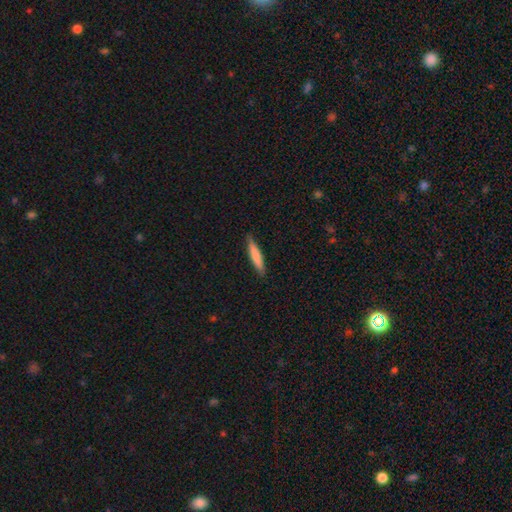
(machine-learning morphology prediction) Smooth or featured? Predicted: smooth (p=0.76). How rounded? Predicted: cigar-shaped (p=0.91). Merging? Predicted: none (p=0.88).